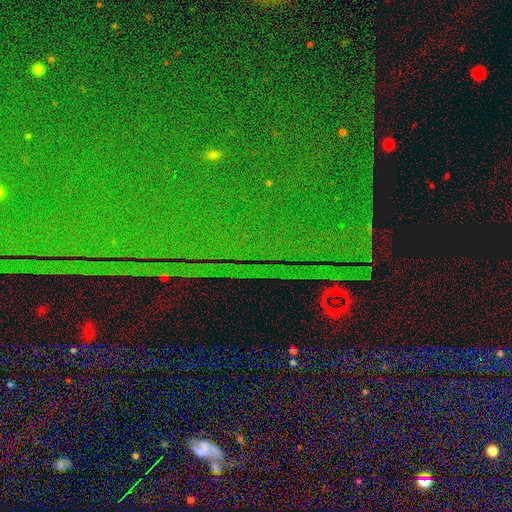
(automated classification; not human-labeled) smooth_or_featured: star or artifact (p=0.86) [alt: smooth p=0.07]